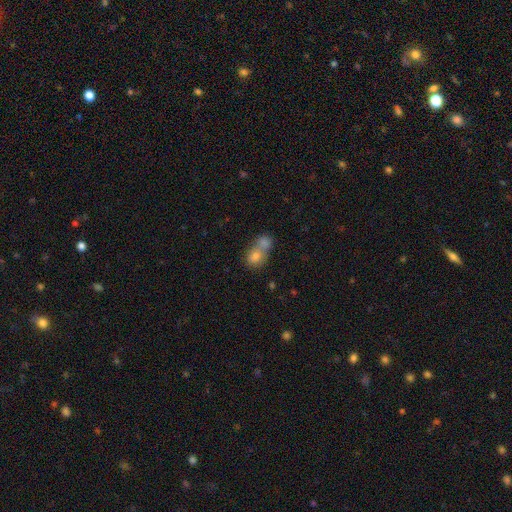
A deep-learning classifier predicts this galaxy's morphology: The model was most divided on "how rounded": round: 58%, in between: 41%, cigar-shaped: 1%. More confident: smooth or featured — smooth (75%); merging — merger (70%).